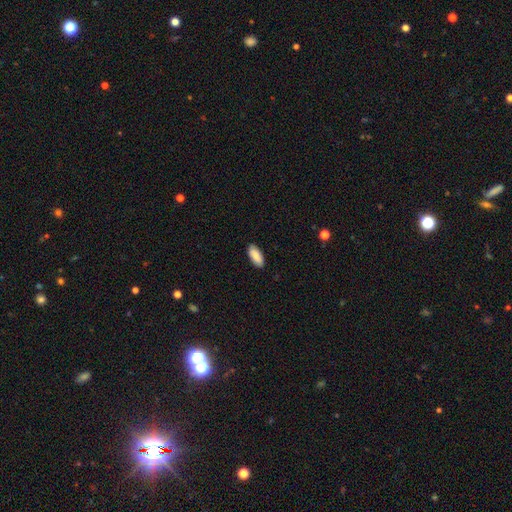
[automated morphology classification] Smooth or featured?
  - smooth: 87% *
  - featured or disk: 7%
  - star or artifact: 6%
How rounded?
  - in between: 88% *
  - cigar-shaped: 11%
  - round: 2%
Merging?
  - none: 88% *
  - minor disturbance: 9%
  - major disturbance: 2%
  - merger: 1%